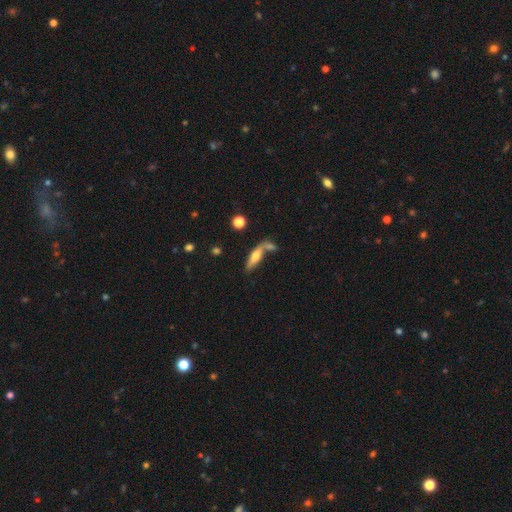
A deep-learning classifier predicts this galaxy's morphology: Smooth or featured? smooth (53%)
How rounded? cigar-shaped (64%)
Merging? none (52%)